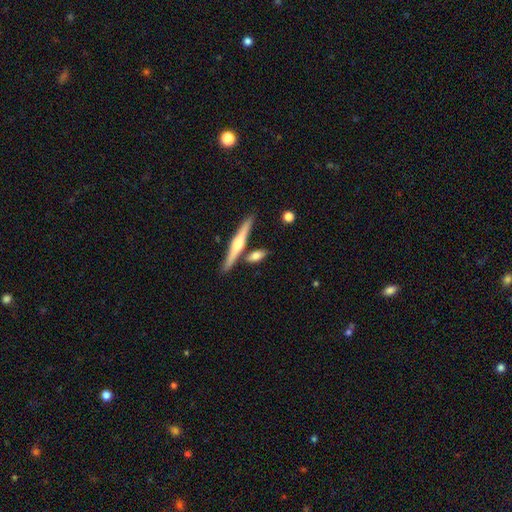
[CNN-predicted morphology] A smooth galaxy with no disk features (56%) that is cigar-shaped (58%).

Vote fractions:
- Smooth or featured? smooth: 56% / featured or disk: 38% / star or artifact: 6%
- How rounded? cigar-shaped: 58% / in between: 34% / round: 8%
- Merging? none: 68% / merger: 18% / minor disturbance: 11% / major disturbance: 3%